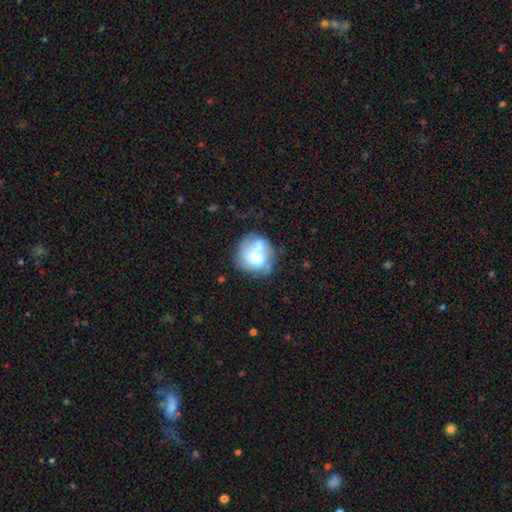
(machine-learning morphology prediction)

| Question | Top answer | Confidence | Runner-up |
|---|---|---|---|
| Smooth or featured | smooth | 50% | featured or disk (41%) |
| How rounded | round | 73% | in between (26%) |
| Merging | none | 39% | merger (25%) |